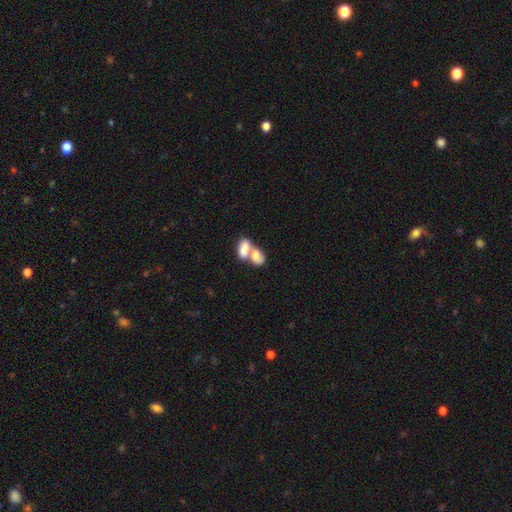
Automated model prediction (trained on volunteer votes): Morphology: type=smooth (77%); roundness=in between (88%); merging=merger (72%).